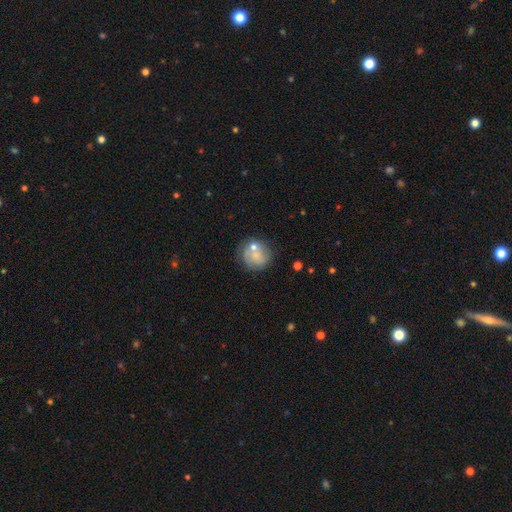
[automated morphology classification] Smooth or featured?
  - smooth: 59% *
  - featured or disk: 32%
  - star or artifact: 9%
How rounded?
  - round: 85% *
  - in between: 14%
  - cigar-shaped: 1%
Merging?
  - none: 54% *
  - merger: 19%
  - minor disturbance: 19%
  - major disturbance: 8%